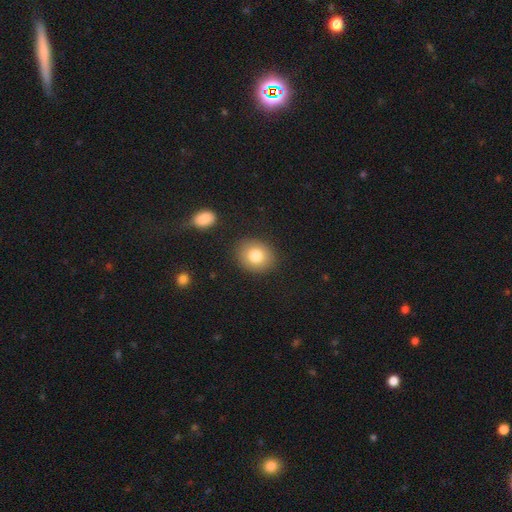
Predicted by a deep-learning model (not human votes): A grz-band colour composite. It shows a smooth galaxy with no disk features (80%) that is round (61%). Merging: none (87%).